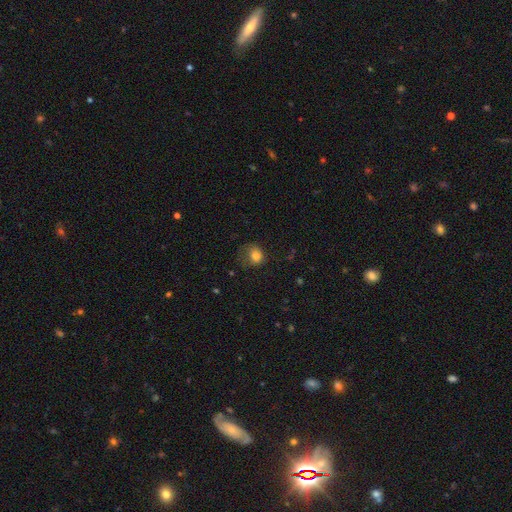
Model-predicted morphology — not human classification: This is likely a smooth galaxy (80%). How rounded: likely round (68%). Merging: marginally none (44%).